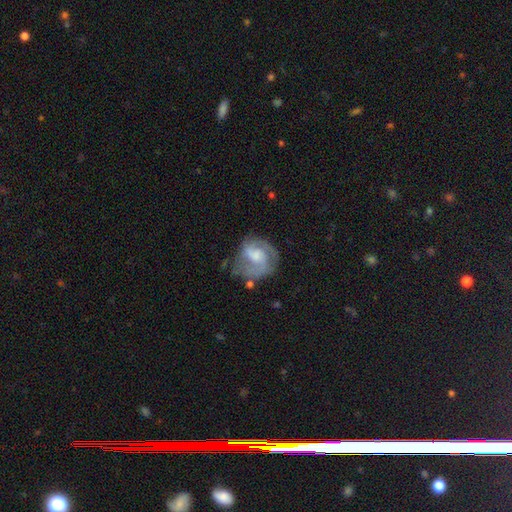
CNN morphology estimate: The model was most divided on "bulge size": moderate: 37%, small: 32%, none: 19%, large: 10%, dominant: 2%. Remaining: edge-on disk — no (98%); spiral arms — yes (87%); smooth or featured — featured or disk (71%); spiral arm count — 2 (56%); merging — none (51%); bar — no (50%); spiral winding — medium (47%).